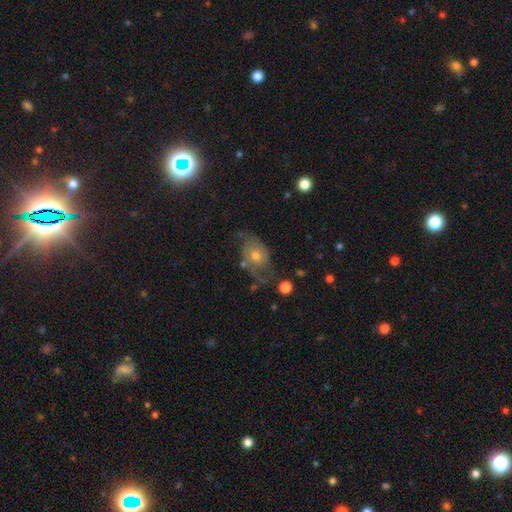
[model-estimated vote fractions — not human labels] This is likely a featured or disk galaxy (65%). It is clearly not viewed edge-on (95%). Bar: likely no (77%). Spiral arm pattern: clearly yes (82%). Spiral arm count: likely 2 (80%). Spiral winding: marginally medium (41%). Central bulge: possibly moderate (54%). Merging: possibly none (56%).